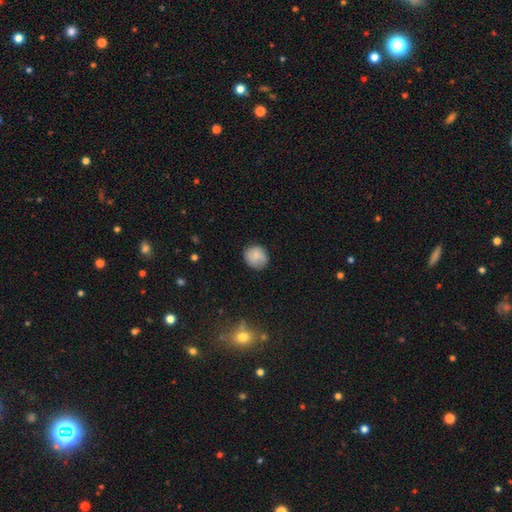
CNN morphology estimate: Smooth or featured?
  - smooth: 82% *
  - featured or disk: 10%
  - star or artifact: 9%
How rounded?
  - round: 80% *
  - in between: 19%
  - cigar-shaped: 1%
Merging?
  - none: 79% *
  - minor disturbance: 17%
  - major disturbance: 3%
  - merger: 1%